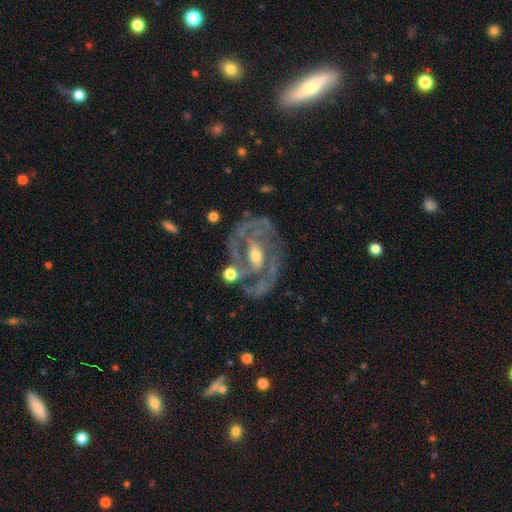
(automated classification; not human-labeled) This is clearly a featured or disk galaxy (89%). It is clearly not viewed edge-on (97%). Bar: marginally weak (43%). Spiral arm pattern: clearly yes (94%). Spiral arm count: possibly 2 (47%). Spiral winding: possibly medium (45%). Central bulge: possibly moderate (53%). Merging: likely none (62%).